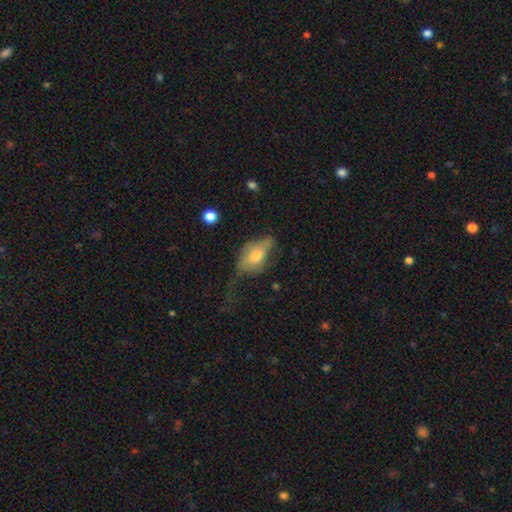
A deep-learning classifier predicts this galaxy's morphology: Smooth or featured: smooth — 58% (featured or disk — 34%)
How rounded: in between — 86% (round — 7%)
Merging: major disturbance — 41% (minor disturbance — 29%)